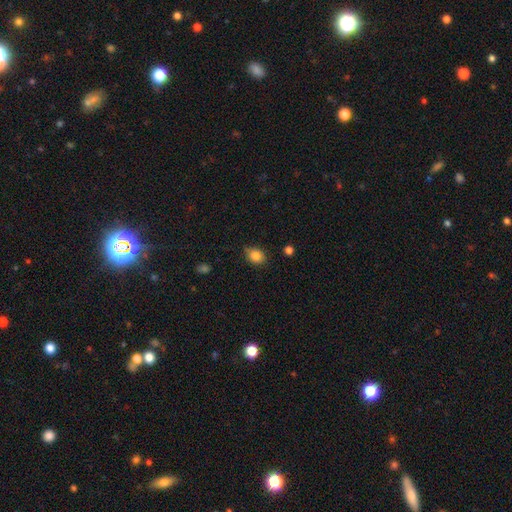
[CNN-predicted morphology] A smooth galaxy with no disk features (85%) that is in between round and cigar-shaped (50%).

Vote fractions:
- Smooth or featured? smooth: 85% / star or artifact: 10% / featured or disk: 6%
- How rounded? in between: 50% / round: 48% / cigar-shaped: 1%
- Merging? none: 75% / minor disturbance: 21% / major disturbance: 3% / merger: 2%